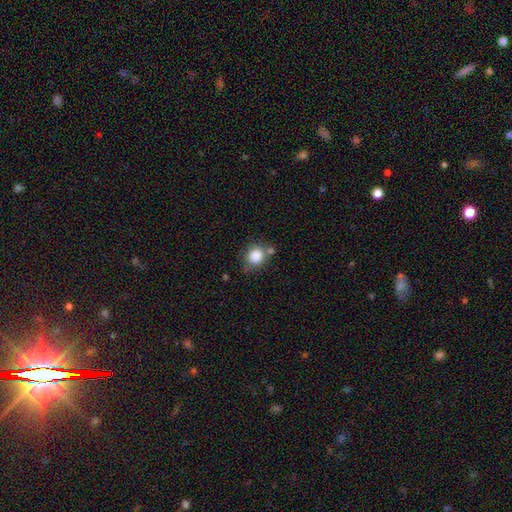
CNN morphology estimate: Q: Smooth or featured?
A: smooth (84%); runner-up: star or artifact (9%)
Q: How rounded?
A: round (75%); runner-up: in between (24%)
Q: Merging?
A: none (59%); runner-up: merger (18%)